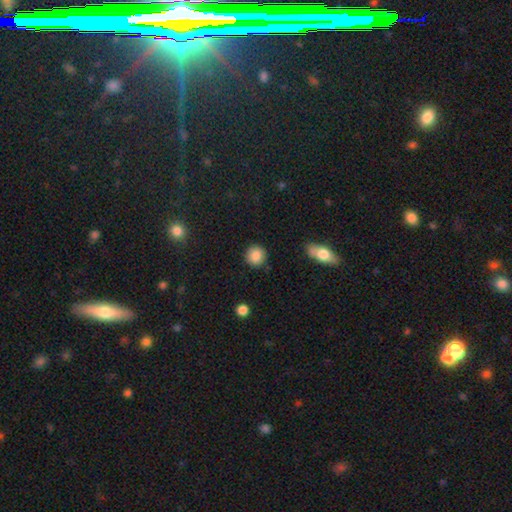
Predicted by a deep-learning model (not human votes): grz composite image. It shows a smooth galaxy with no disk features (87%) that is round (92%). Merging: none (89%).